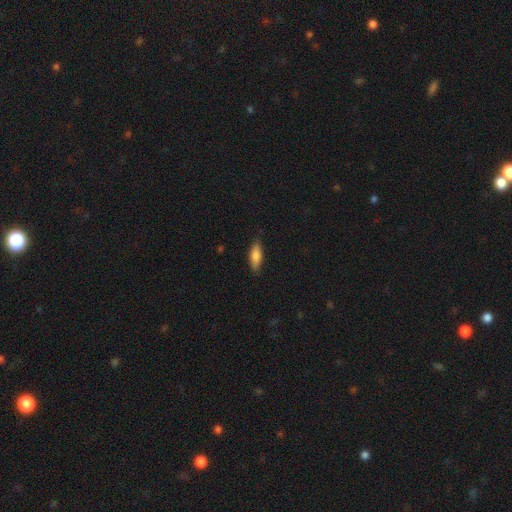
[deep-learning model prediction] Smooth or featured? Predicted: smooth (p=0.77). How rounded? Predicted: in between (p=0.57). Merging? Predicted: none (p=0.84).